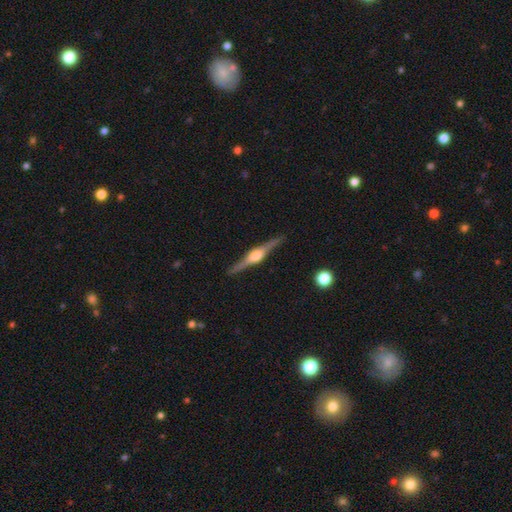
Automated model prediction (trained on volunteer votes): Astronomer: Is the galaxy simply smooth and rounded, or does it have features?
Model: featured or disk — 85%.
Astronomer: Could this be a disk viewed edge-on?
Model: yes — 98%.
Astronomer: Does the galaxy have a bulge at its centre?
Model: rounded — 88%.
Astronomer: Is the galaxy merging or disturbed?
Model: none — 90%.